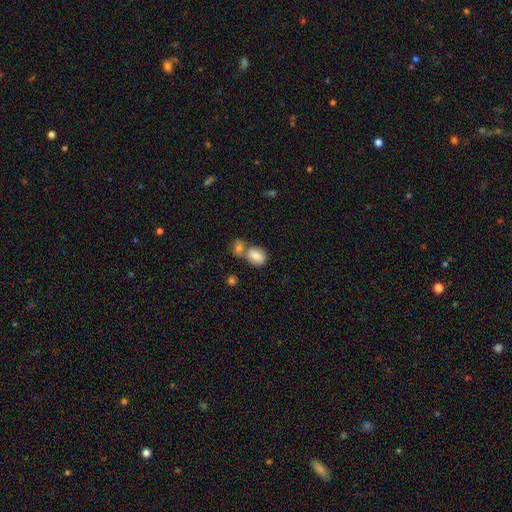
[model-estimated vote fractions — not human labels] This appears to be a smooth galaxy with no disk features (83%) that is in between round and cigar-shaped (72%). Merging: merger (49%).